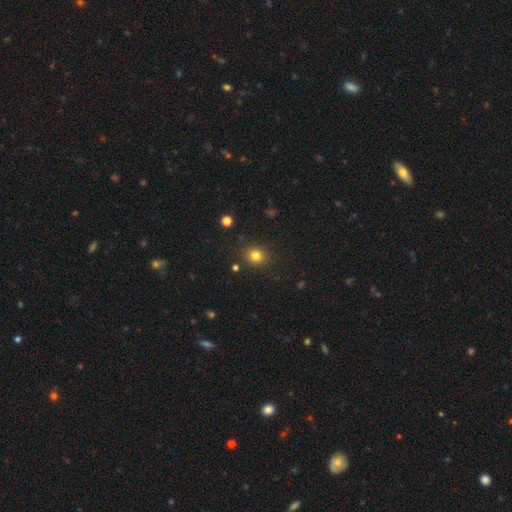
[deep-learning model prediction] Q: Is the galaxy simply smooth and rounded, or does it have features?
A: smooth — 81%.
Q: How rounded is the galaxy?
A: round — 76%.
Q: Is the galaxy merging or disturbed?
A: none — 86%.